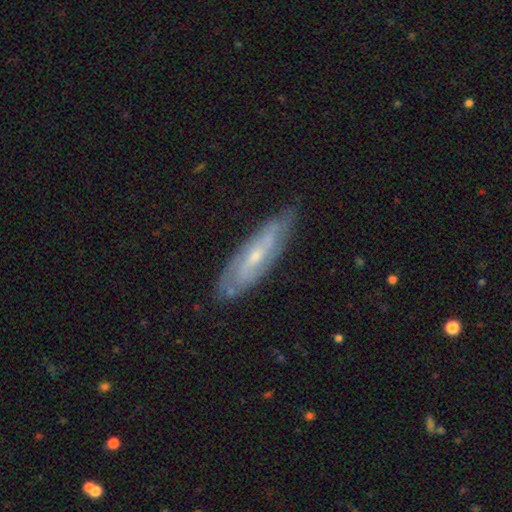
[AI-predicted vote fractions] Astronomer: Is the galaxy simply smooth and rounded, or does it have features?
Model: featured or disk — 75%.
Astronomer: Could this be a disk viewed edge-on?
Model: no — 71%.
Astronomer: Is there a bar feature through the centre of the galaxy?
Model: weak — 43% (runner-up: no, 40%).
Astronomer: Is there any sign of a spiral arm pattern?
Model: yes — 87%.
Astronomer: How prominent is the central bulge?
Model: small — 65%.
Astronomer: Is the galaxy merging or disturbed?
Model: none — 77%.